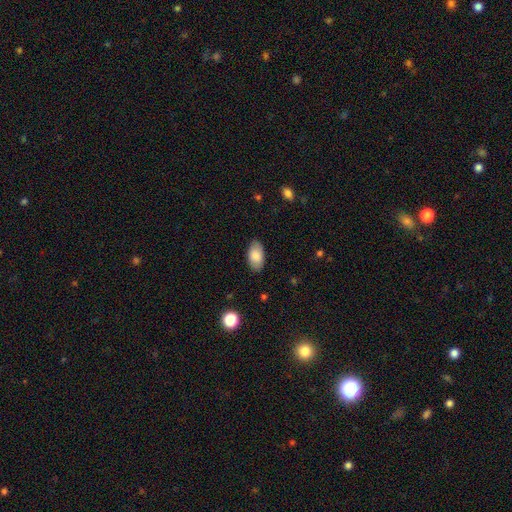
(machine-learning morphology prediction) Overall: smooth (85%). How rounded: in between (95%). Merging: none (86%).